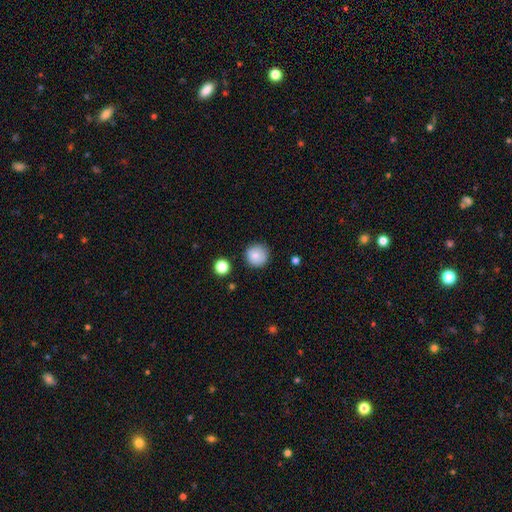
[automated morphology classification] Smooth or featured? smooth (84%)
How rounded? round (95%)
Merging? none (89%)